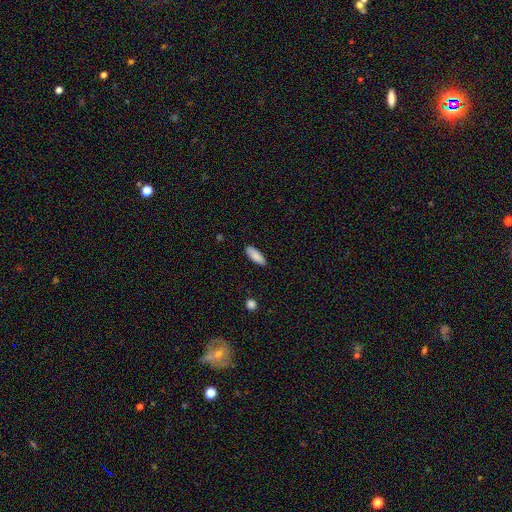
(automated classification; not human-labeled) This is clearly a smooth galaxy (88%). How rounded: likely in between (68%). Merging: clearly none (87%).